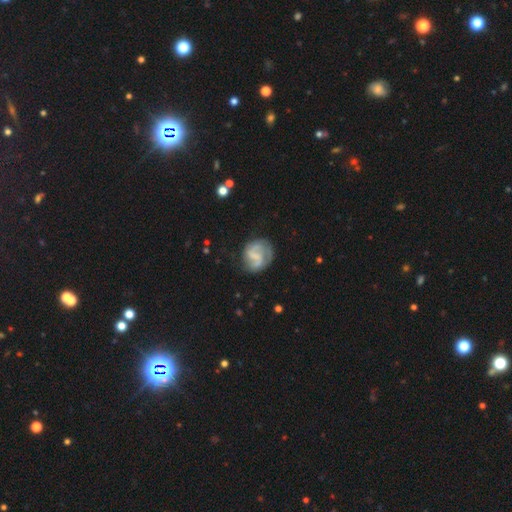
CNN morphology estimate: Smooth or featured?
  - featured or disk: 68% *
  - smooth: 25%
  - star or artifact: 7%
Edge-on disk?
  - no: 98% *
  - yes: 2%
Bar?
  - weak: 44% *
  - no: 33%
  - strong: 23%
Spiral arms?
  - yes: 86% *
  - no: 14%
Spiral winding?
  - medium: 42% *
  - loose: 31%
  - tight: 27%
Spiral arm count?
  - 2: 72% *
  - can't tell: 12%
  - 1: 9%
  - 3: 4%
  - 4: 1%
  - more than 4: 1%
Bulge size?
  - none: 57% *
  - small: 24%
  - moderate: 13%
  - large: 4%
  - dominant: 1%
Merging?
  - none: 63% *
  - minor disturbance: 21%
  - major disturbance: 14%
  - merger: 2%